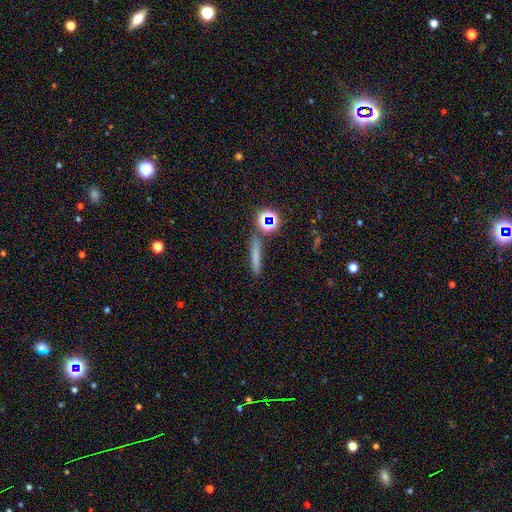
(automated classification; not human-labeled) Overall: smooth (65%). How rounded: cigar-shaped (88%). Merging: none (81%).